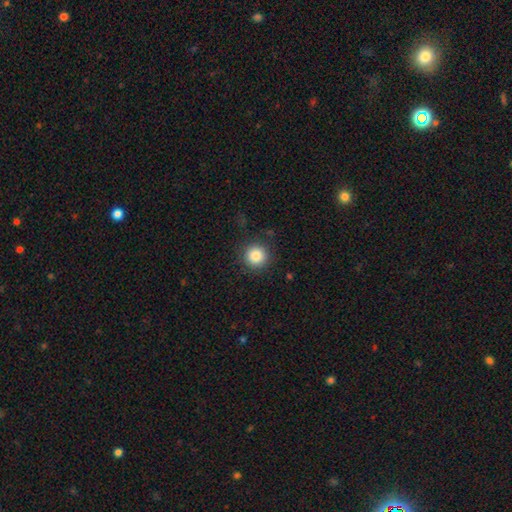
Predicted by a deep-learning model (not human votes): Smooth or featured? smooth (85%)
How rounded? round (95%)
Merging? none (88%)